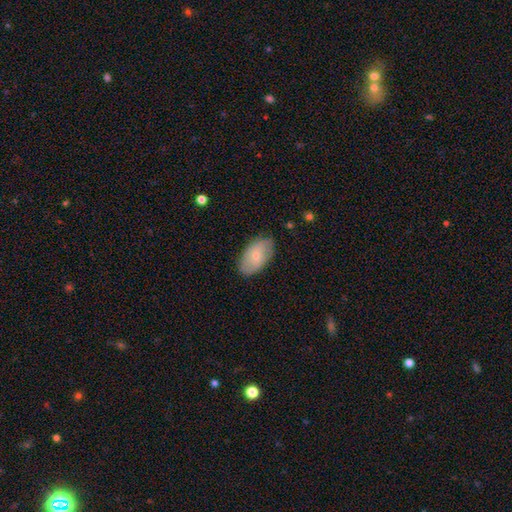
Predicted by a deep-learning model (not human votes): Overall: smooth (64%; featured or disk 30%). How rounded: in between (93%). Merging: none (80%).